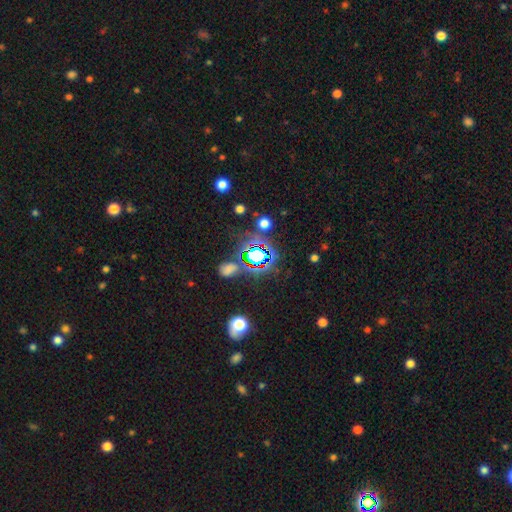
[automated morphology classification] smooth_or_featured: star or artifact (p=0.65) [alt: smooth p=0.24]